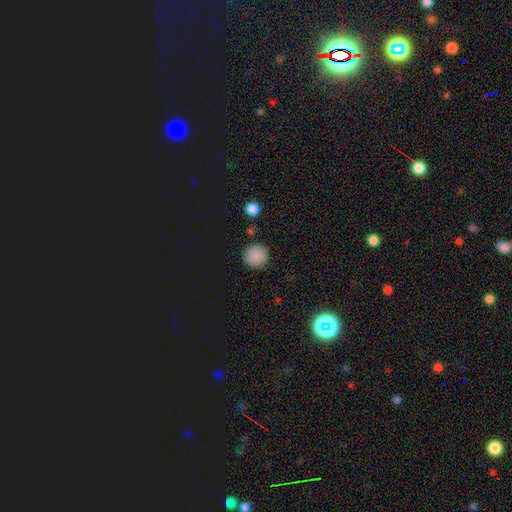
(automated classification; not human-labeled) This is clearly a smooth galaxy (86%). How rounded: clearly round (94%). Merging: clearly none (87%).